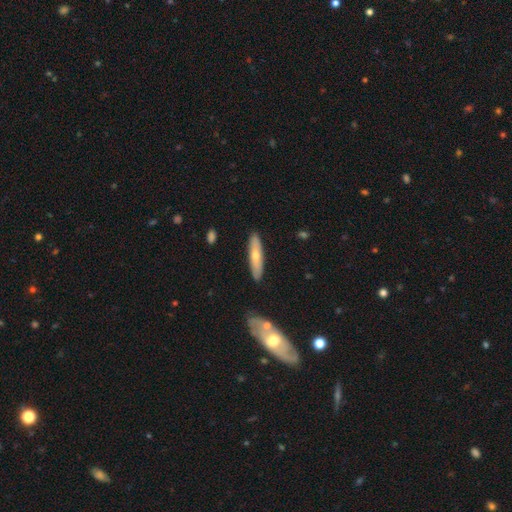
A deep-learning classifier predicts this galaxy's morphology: smooth_or_featured: smooth (p=0.61) [alt: featured or disk p=0.33]
how_rounded: cigar-shaped (p=0.77) [alt: in between p=0.21]
merging: none (p=0.88) [alt: minor disturbance p=0.09]